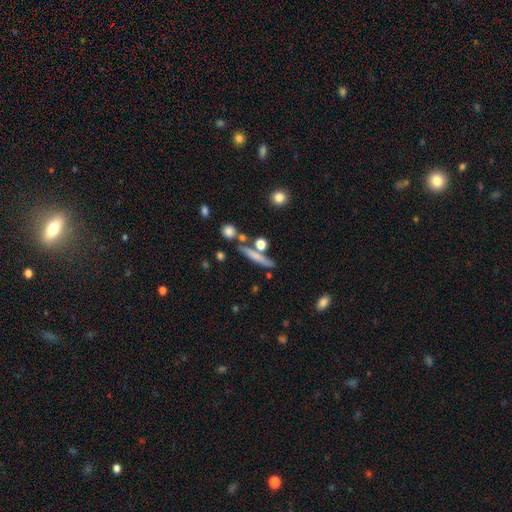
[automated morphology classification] Smooth or featured? Predicted: smooth (p=0.59). How rounded? Predicted: cigar-shaped (p=0.85). Merging? Predicted: none (p=0.72).